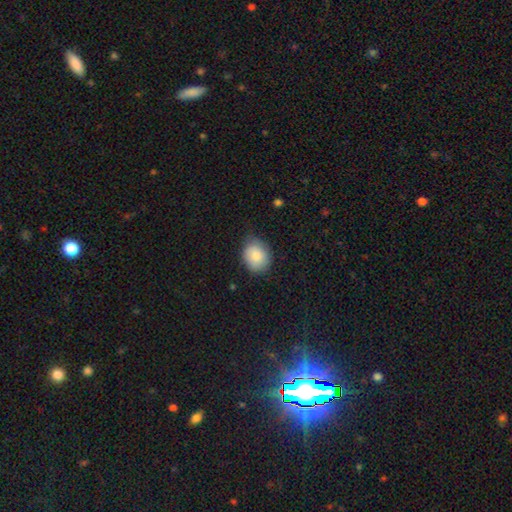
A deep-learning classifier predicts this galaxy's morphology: Smooth or featured? smooth (84%)
How rounded? round (58%)
Merging? none (71%)